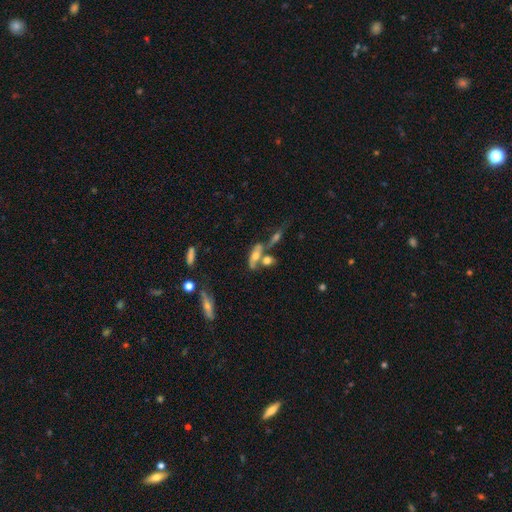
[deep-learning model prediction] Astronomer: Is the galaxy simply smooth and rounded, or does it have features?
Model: featured or disk — 46% (runner-up: smooth, 41%).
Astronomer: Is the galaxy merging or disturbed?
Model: merger — 40% (runner-up: none, 35%).